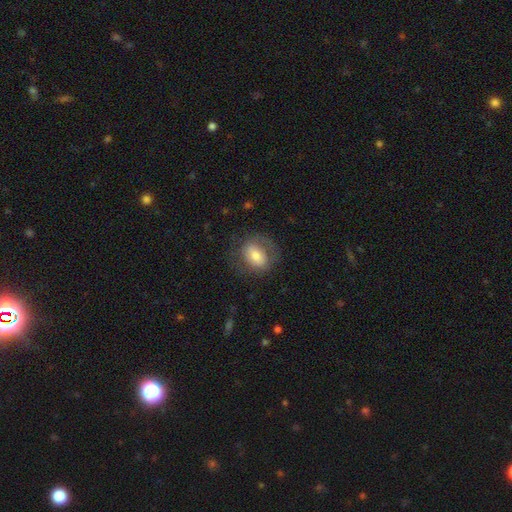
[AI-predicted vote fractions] A smooth galaxy with no disk features (56%) that is in between round and cigar-shaped (61%). Merging: none (67%).